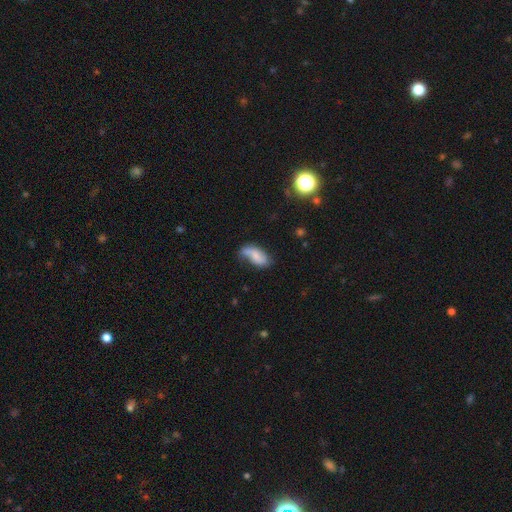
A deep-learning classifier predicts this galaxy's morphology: Smooth or featured: smooth — 55% (featured or disk — 36%)
How rounded: in between — 88% (cigar-shaped — 8%)
Merging: none — 46% (minor disturbance — 31%)